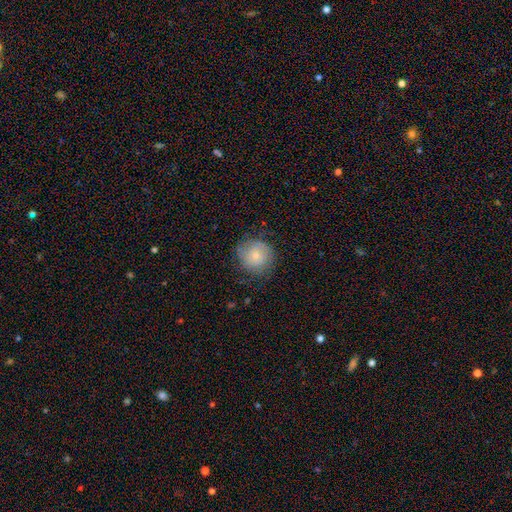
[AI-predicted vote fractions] This appears to be a smooth galaxy with no disk features (71%) that is round (90%). Merging: none (75%).